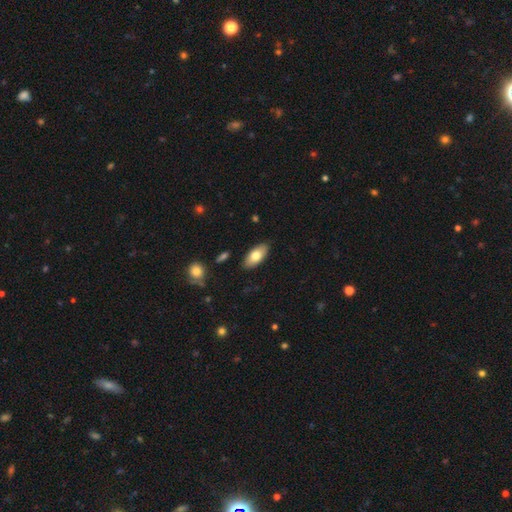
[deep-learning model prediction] Overall: smooth (75%). How rounded: in between (90%). Merging: none (88%).